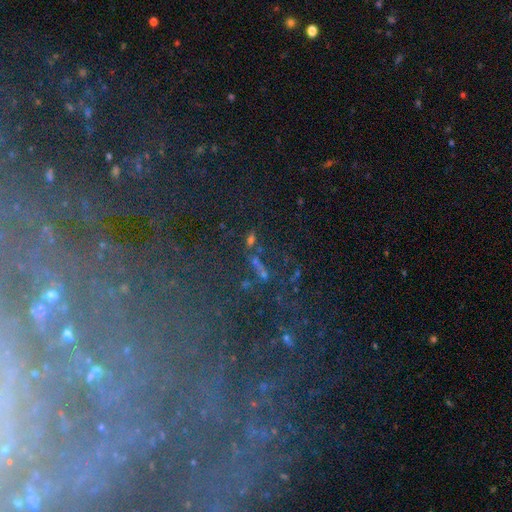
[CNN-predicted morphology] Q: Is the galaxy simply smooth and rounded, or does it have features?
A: featured or disk — 55%.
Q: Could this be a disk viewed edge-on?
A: no — 87%.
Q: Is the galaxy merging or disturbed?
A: none — 70%.